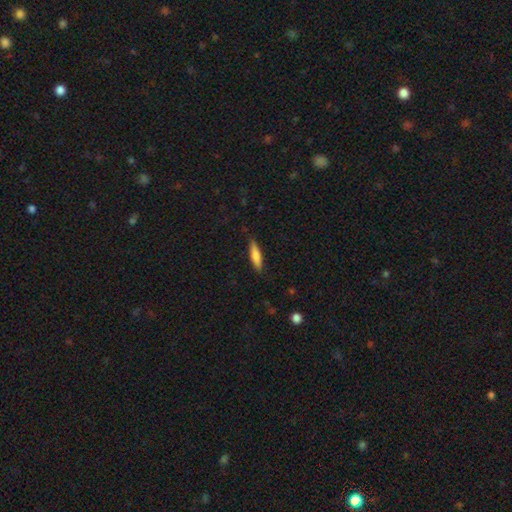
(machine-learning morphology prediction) This appears to be a smooth galaxy with no disk features (76%) that is cigar-shaped (74%). Merging: none (86%).